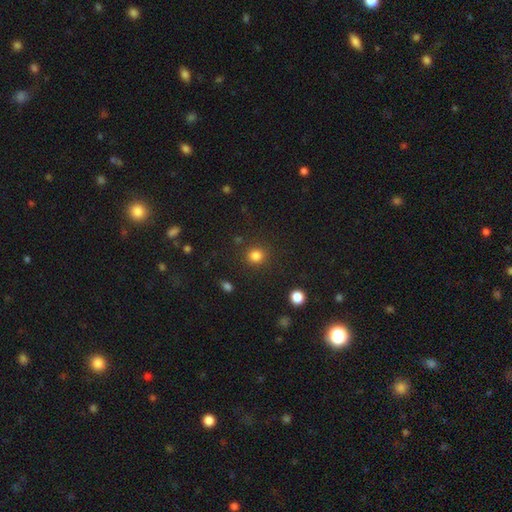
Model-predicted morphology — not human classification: Smooth or featured: smooth — 83% (star or artifact — 13%)
How rounded: round — 89% (in between — 10%)
Merging: none — 87% (minor disturbance — 8%)